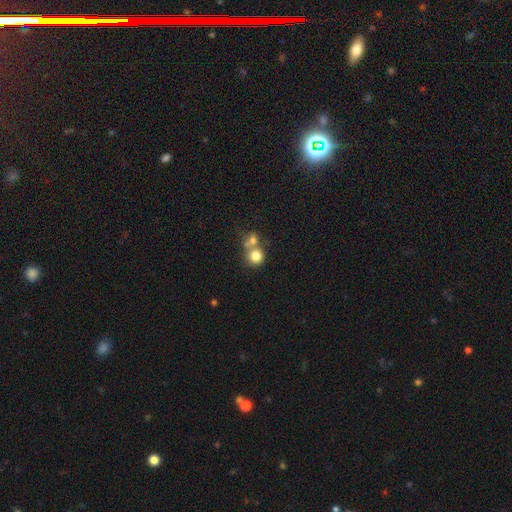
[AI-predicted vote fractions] Q: Smooth or featured?
A: smooth (77%); runner-up: featured or disk (12%)
Q: How rounded?
A: round (86%); runner-up: in between (13%)
Q: Merging?
A: merger (49%); runner-up: none (40%)